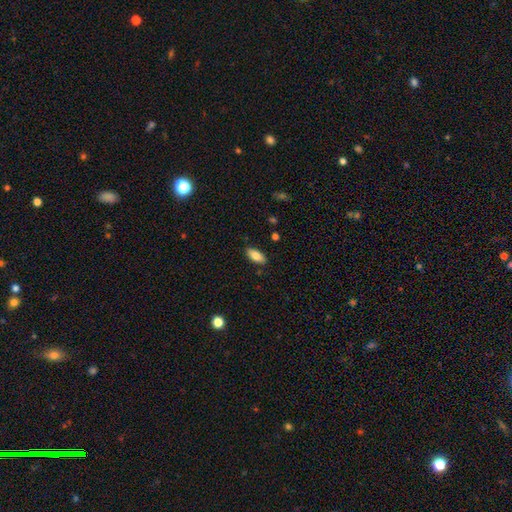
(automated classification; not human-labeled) Q: Smooth or featured?
A: smooth (80%); runner-up: featured or disk (13%)
Q: How rounded?
A: in between (86%); runner-up: cigar-shaped (12%)
Q: Merging?
A: none (86%); runner-up: minor disturbance (10%)